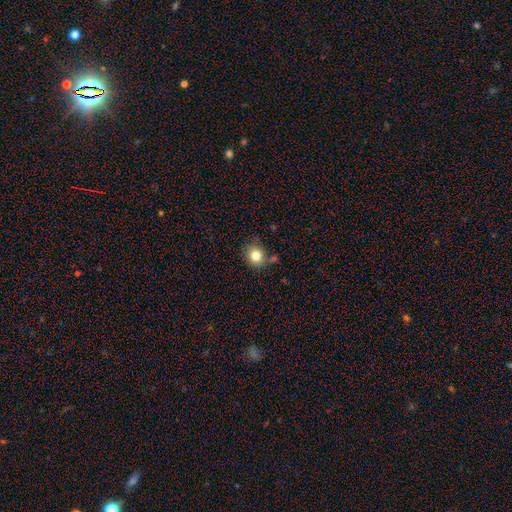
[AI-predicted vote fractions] This appears to be a smooth galaxy with no disk features (81%) that is round (68%). Merging: none (75%).